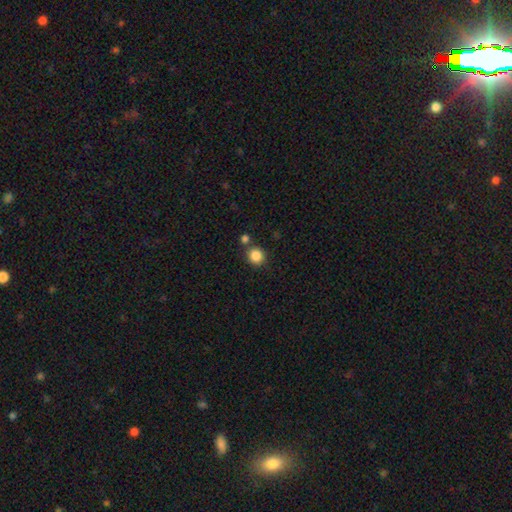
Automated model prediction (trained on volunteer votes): Morphology: type=smooth (86%); roundness=round (89%); merging=none (77%).